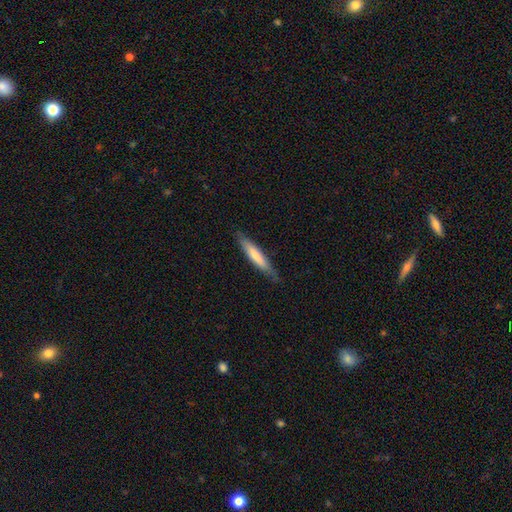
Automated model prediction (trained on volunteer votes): Overall: smooth (69%). How rounded: cigar-shaped (89%). Merging: none (80%).